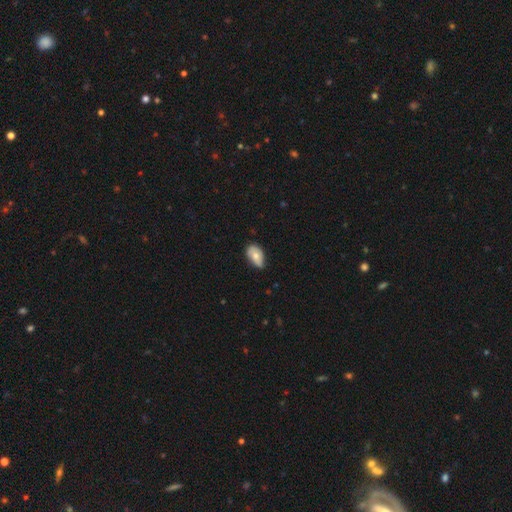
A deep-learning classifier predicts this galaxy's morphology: The model was most divided on "merging": none: 58%, minor disturbance: 35%, major disturbance: 6%, merger: 1%. More confident: how rounded — in between (91%); smooth or featured — smooth (66%).